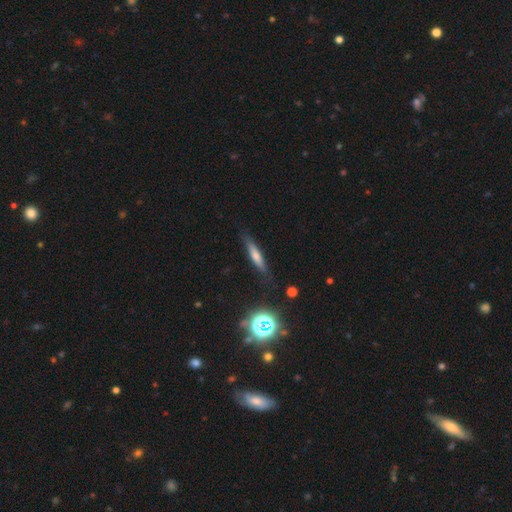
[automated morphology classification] Smooth or featured: smooth — 47% (featured or disk — 38%)
Merging: none — 84% (minor disturbance — 11%)